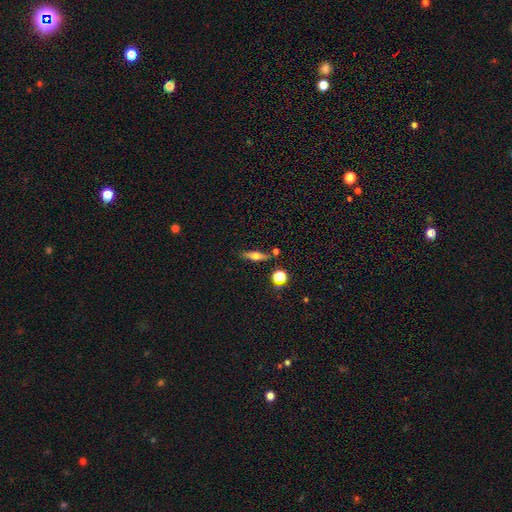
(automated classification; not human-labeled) Smooth or featured? Predicted: smooth (p=0.45, tied with featured or disk). Merging? Predicted: none (p=0.81).